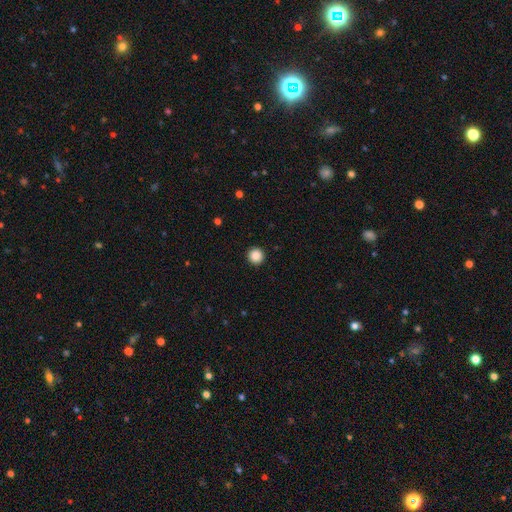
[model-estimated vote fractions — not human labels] Morphology: type=smooth (88%); roundness=round (97%); merging=none (94%).